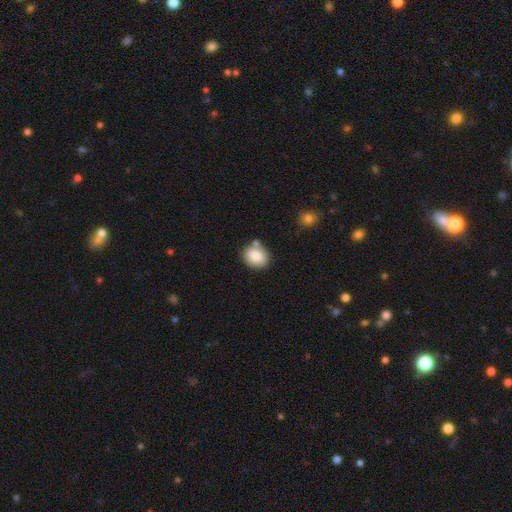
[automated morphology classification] Smooth or featured?
  - smooth: 84% *
  - star or artifact: 8%
  - featured or disk: 8%
How rounded?
  - round: 50% *
  - in between: 49%
  - cigar-shaped: 1%
Merging?
  - none: 71% *
  - minor disturbance: 13%
  - merger: 12%
  - major disturbance: 3%